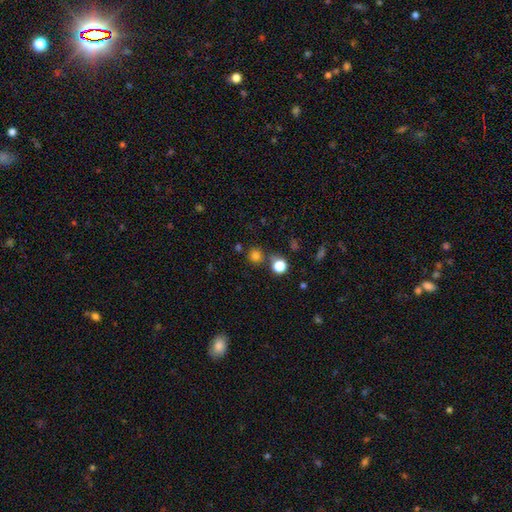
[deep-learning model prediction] Q: Smooth or featured?
A: smooth (76%); runner-up: star or artifact (19%)
Q: How rounded?
A: round (90%); runner-up: in between (9%)
Q: Merging?
A: none (72%); runner-up: merger (15%)